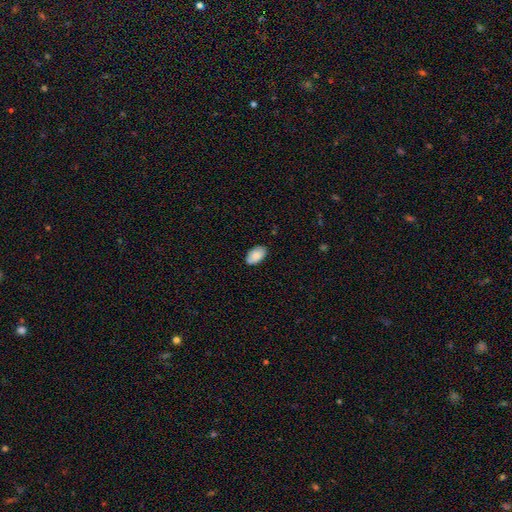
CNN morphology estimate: The model was most divided on "merging": none: 83%, minor disturbance: 13%, major disturbance: 2%, merger: 1%. More confident: how rounded — in between (94%); smooth or featured — smooth (86%).